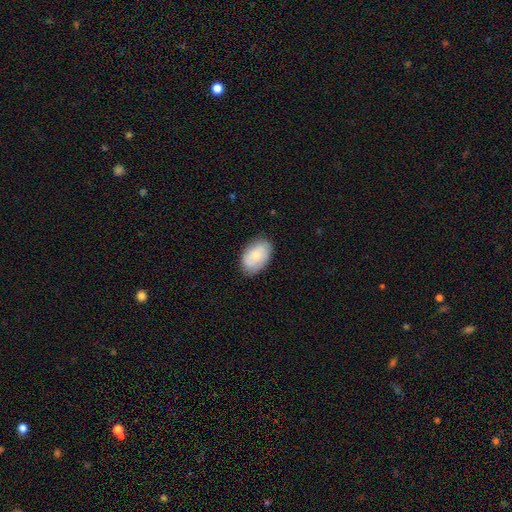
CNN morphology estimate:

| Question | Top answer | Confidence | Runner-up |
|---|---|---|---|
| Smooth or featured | smooth | 73% | featured or disk (21%) |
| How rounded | in between | 90% | round (9%) |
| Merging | none | 80% | minor disturbance (16%) |